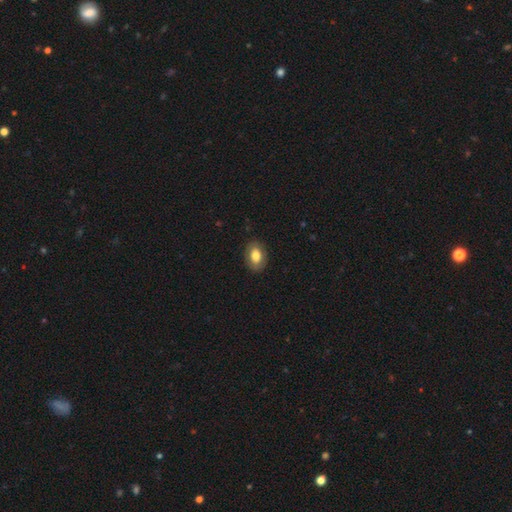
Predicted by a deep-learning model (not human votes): The model was most divided on "smooth or featured": smooth: 75%, featured or disk: 17%, star or artifact: 7%. More confident: merging — none (85%); how rounded — in between (81%).